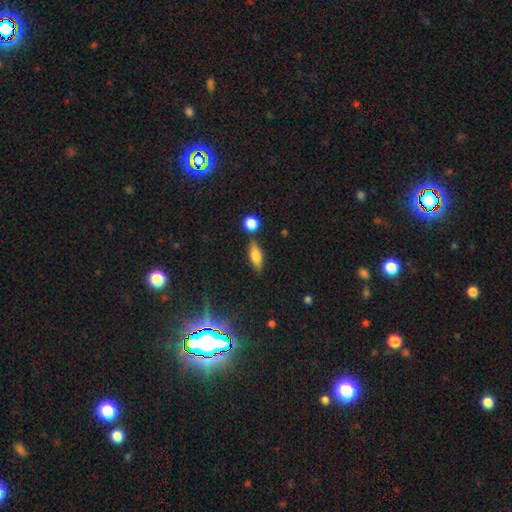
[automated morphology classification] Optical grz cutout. It shows a smooth galaxy with no disk features (72%) that is in between round and cigar-shaped (69%). Merging: none (77%).